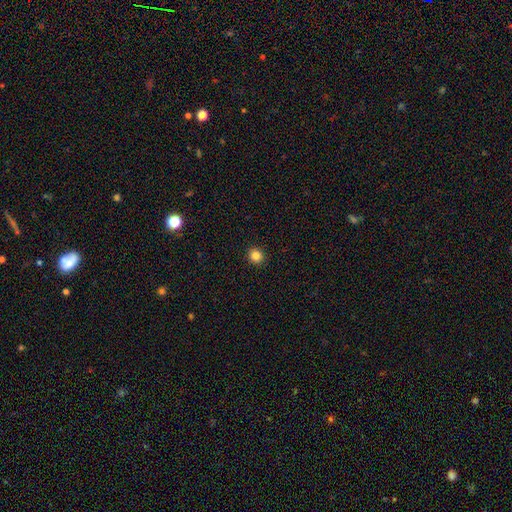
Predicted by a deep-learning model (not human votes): The model was most divided on "smooth or featured": smooth: 83%, star or artifact: 12%, featured or disk: 5%. More confident: merging — none (93%); how rounded — round (90%).